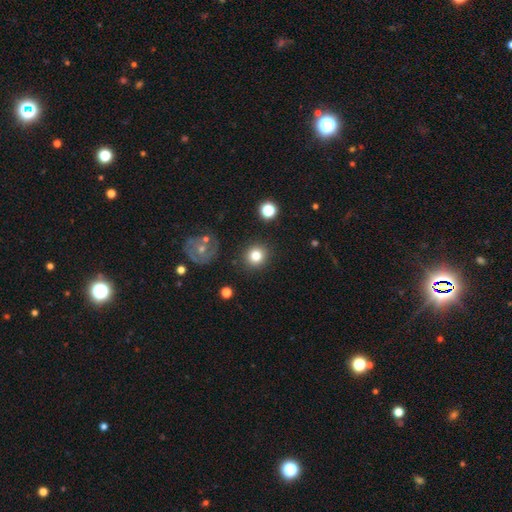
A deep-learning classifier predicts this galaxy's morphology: smooth_or_featured: smooth (p=0.81) [alt: star or artifact p=0.11]
how_rounded: round (p=0.89) [alt: in between p=0.10]
merging: none (p=0.86) [alt: minor disturbance p=0.08]